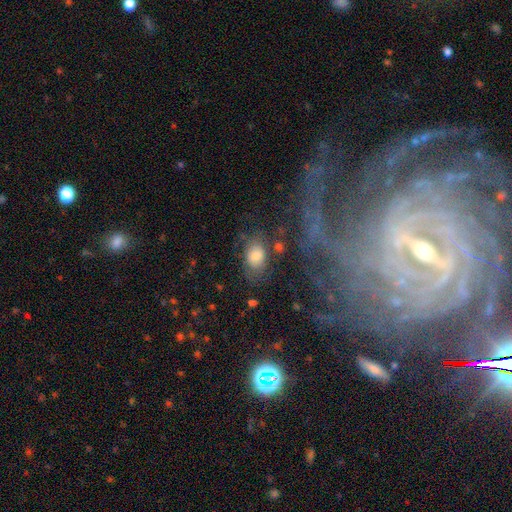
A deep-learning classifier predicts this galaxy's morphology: A smooth galaxy with no disk features (62%) that is in between round and cigar-shaped (78%). Merging: none (64%).